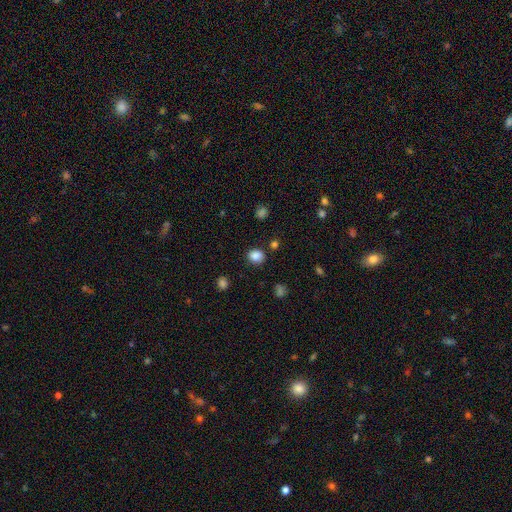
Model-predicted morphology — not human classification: A smooth galaxy with no disk features (85%) that is round (61%).

Vote fractions:
- Smooth or featured? smooth: 85% / star or artifact: 11% / featured or disk: 4%
- How rounded? round: 61% / in between: 38% / cigar-shaped: 1%
- Merging? none: 83% / minor disturbance: 11% / merger: 3% / major disturbance: 3%